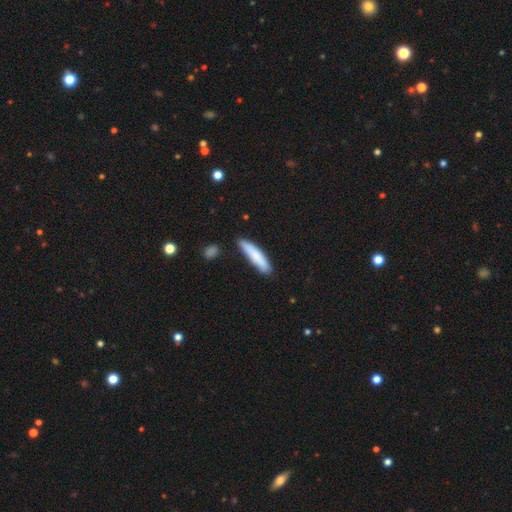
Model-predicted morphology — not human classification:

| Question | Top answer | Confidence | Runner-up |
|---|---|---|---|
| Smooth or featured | smooth | 81% | featured or disk (13%) |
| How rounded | cigar-shaped | 80% | in between (18%) |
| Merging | none | 76% | minor disturbance (18%) |